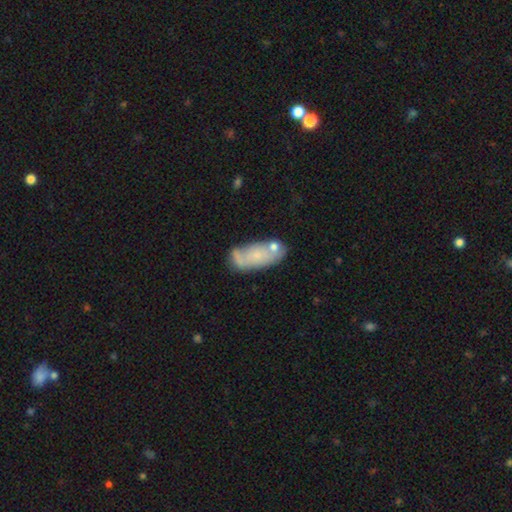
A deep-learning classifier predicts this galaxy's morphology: Overall: smooth (56%; featured or disk 36%). How rounded: in between (84%). Merging: none (48%; minor disturbance 24%).